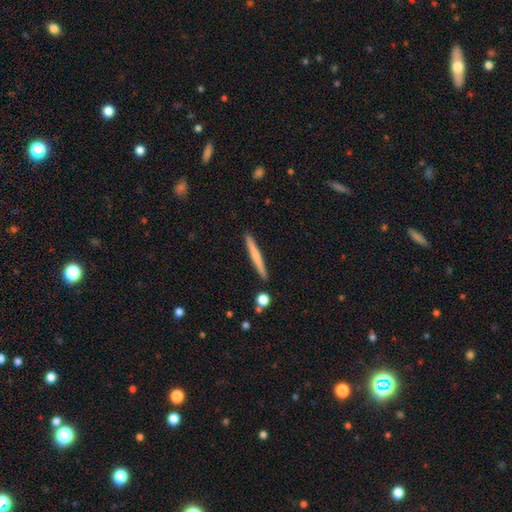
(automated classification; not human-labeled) Smooth or featured: smooth — 58% (featured or disk — 36%)
How rounded: cigar-shaped — 96% (in between — 3%)
Merging: none — 91% (minor disturbance — 6%)